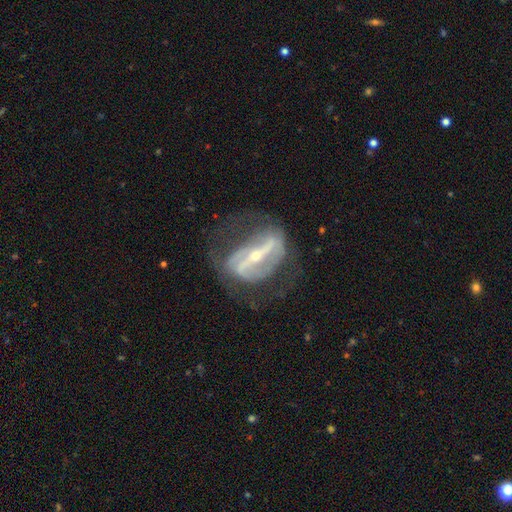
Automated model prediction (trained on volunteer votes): The model was most divided on "spiral winding": medium: 41%, loose: 35%, tight: 23%. More confident: edge-on disk — no (91%); smooth or featured — featured or disk (88%); spiral arms — yes (80%); bar — strong (80%); spiral arm count — 2 (75%); bulge size — small (71%); merging — none (53%).